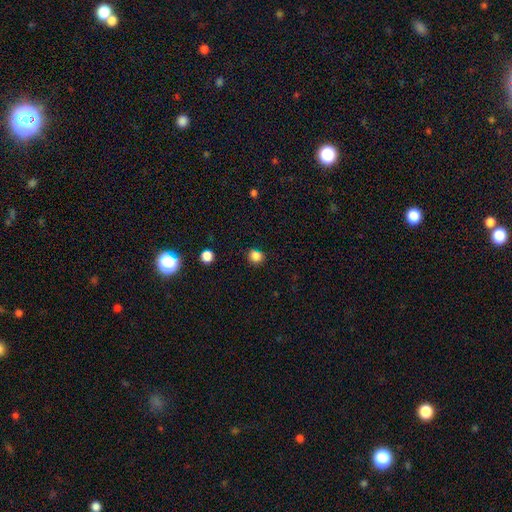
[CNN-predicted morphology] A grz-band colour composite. It shows a smooth galaxy with no disk features (83%) that is round (84%). Merging: none (83%).